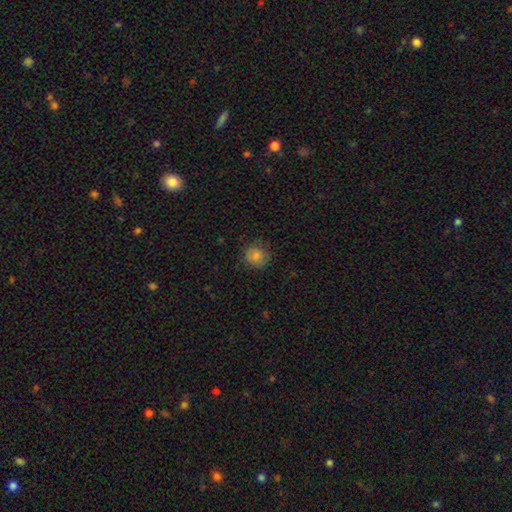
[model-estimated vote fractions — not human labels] Q: Smooth or featured?
A: smooth (78%); runner-up: star or artifact (12%)
Q: How rounded?
A: round (90%); runner-up: in between (9%)
Q: Merging?
A: none (82%); runner-up: minor disturbance (14%)